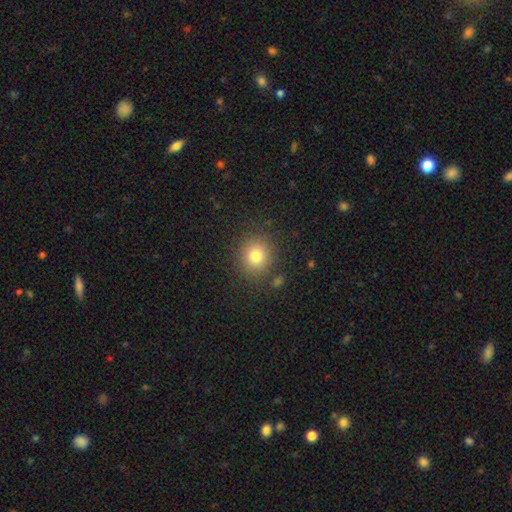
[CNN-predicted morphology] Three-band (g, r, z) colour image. It shows a smooth galaxy with no disk features (79%) that is round (84%). Merging: none (85%).